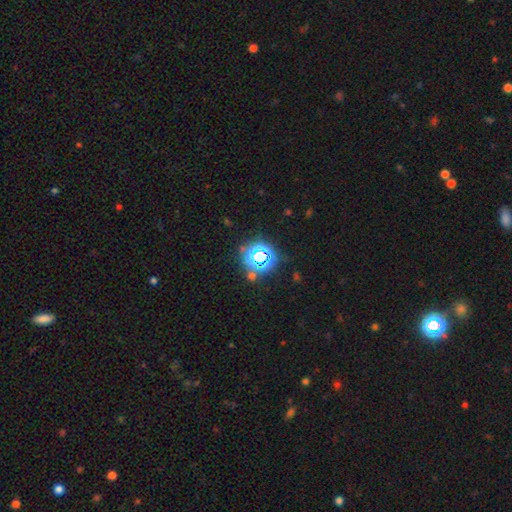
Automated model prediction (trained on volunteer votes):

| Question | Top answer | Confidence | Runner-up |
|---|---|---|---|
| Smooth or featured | star or artifact | 71% | smooth (22%) |